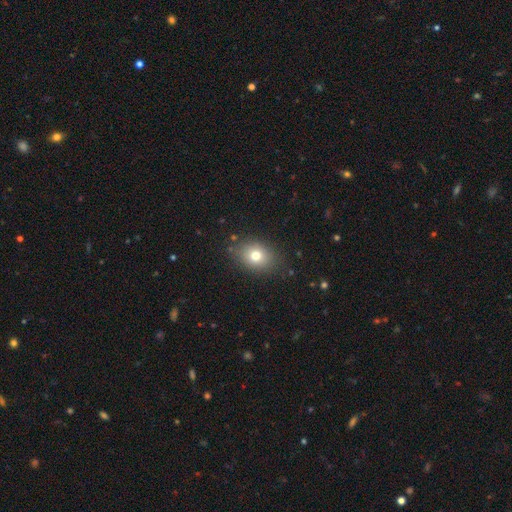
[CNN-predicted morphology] smooth 76%, star or artifact 12%, featured or disk 12%. Down the decision tree: how rounded — in between (61%); merging — none (84%).